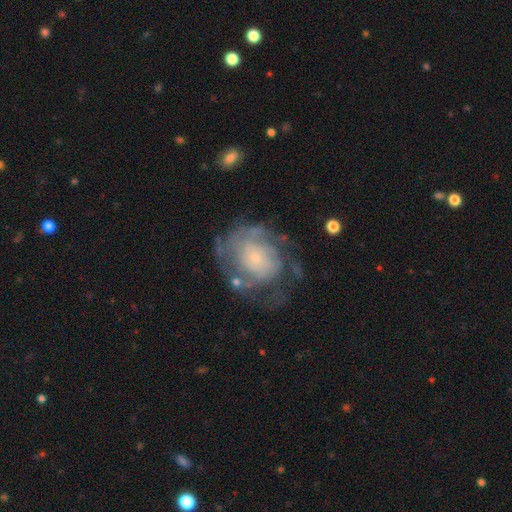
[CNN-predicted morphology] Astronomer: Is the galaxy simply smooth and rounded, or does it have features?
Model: featured or disk — 75%.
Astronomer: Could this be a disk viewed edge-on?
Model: no — 97%.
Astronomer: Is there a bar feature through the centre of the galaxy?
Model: no — 77%.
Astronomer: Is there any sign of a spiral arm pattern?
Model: yes — 82%.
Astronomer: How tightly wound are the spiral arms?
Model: tight — 58%.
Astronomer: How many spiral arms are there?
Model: can't tell — 48%.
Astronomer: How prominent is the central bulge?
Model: small — 72%.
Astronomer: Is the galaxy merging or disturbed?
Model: none — 57%.